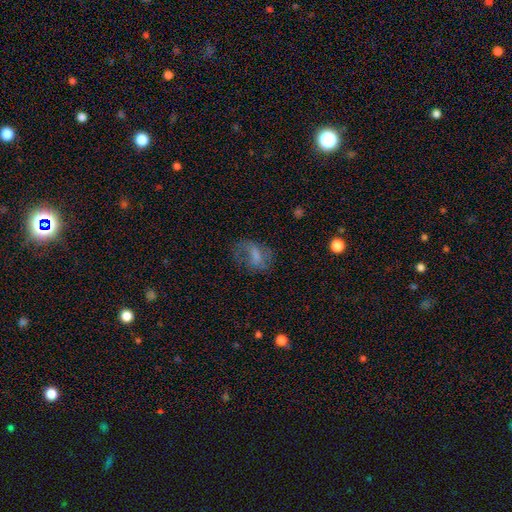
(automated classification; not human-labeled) Q: Smooth or featured?
A: featured or disk (46%); runner-up: smooth (43%)
Q: Merging?
A: none (45%); runner-up: major disturbance (31%)